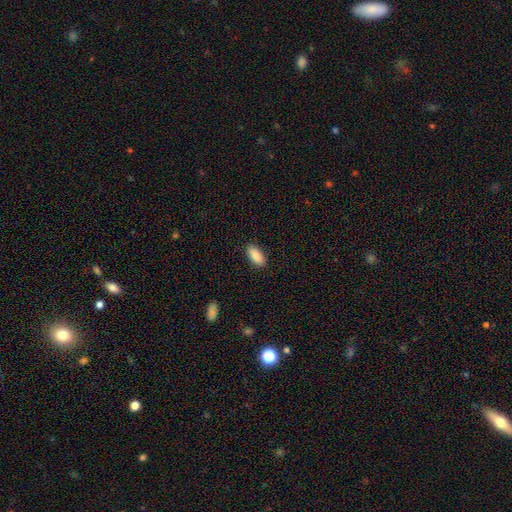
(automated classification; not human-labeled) Smooth or featured? Predicted: smooth (p=0.89). How rounded? Predicted: in between (p=0.87). Merging? Predicted: none (p=0.88).